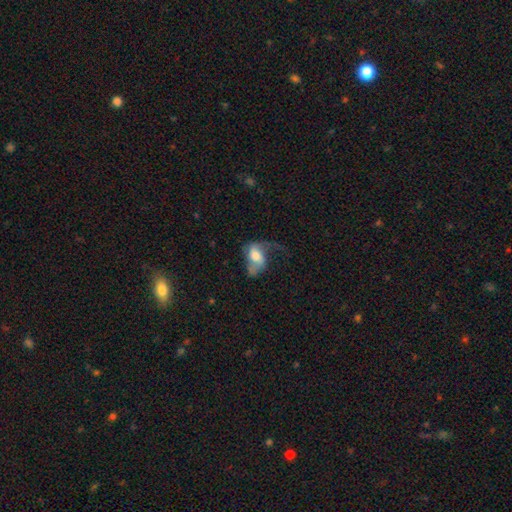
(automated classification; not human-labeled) The model was most divided on "bulge size": moderate: 47%, large: 30%, small: 13%, none: 5%, dominant: 4%. Remaining: edge-on disk — no (96%); spiral arms — yes (80%); smooth or featured — featured or disk (57%); bar — no (55%); merging — major disturbance (47%).